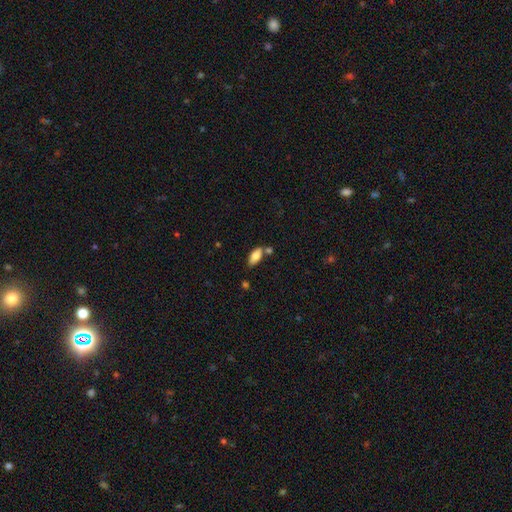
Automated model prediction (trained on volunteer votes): smooth_or_featured: smooth (p=0.80) [alt: featured or disk p=0.13]
how_rounded: in between (p=0.86) [alt: cigar-shaped p=0.12]
merging: none (p=0.65) [alt: merger p=0.16]